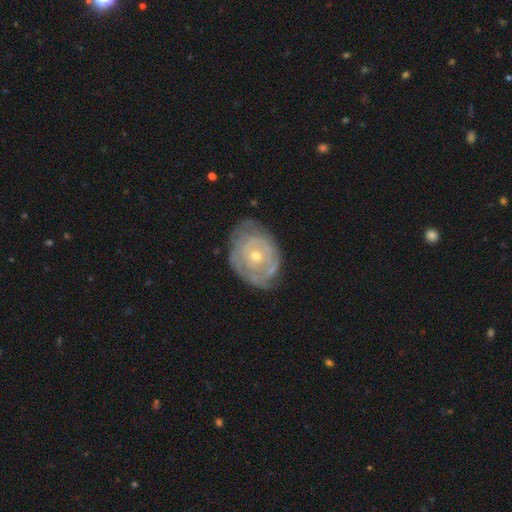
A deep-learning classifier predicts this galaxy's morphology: featured or disk 77%, smooth 17%, star or artifact 6%. Down the decision tree: edge-on disk — no (96%); bar — no (83%); spiral arms — yes (75%); spiral arm count — can't tell (52%); spiral winding — tight (77%); bulge size — small (56%); merging — none (63%).